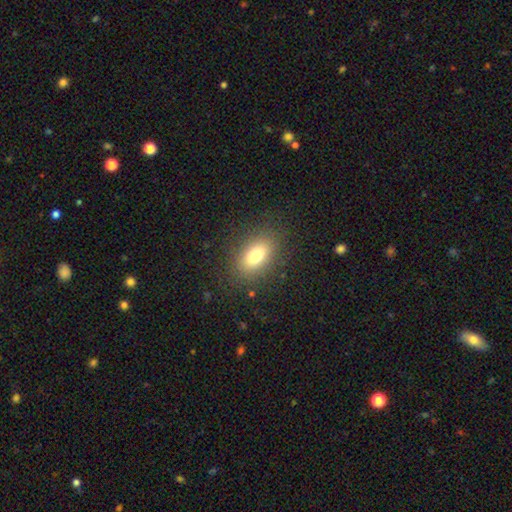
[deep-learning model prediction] Q: Smooth or featured?
A: smooth (79%); runner-up: featured or disk (12%)
Q: How rounded?
A: in between (88%); runner-up: round (7%)
Q: Merging?
A: none (86%); runner-up: minor disturbance (9%)